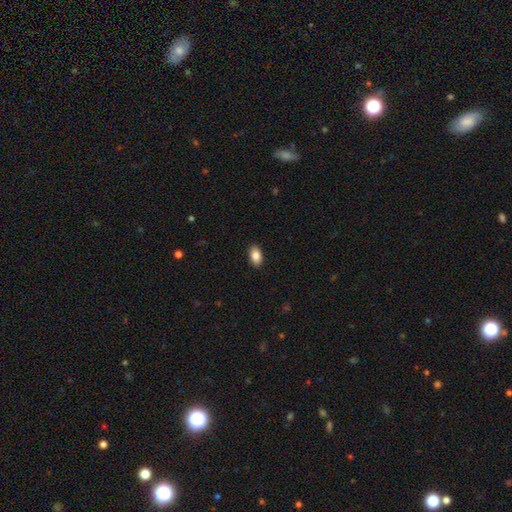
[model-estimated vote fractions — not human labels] Smooth or featured? Predicted: smooth (p=0.87). How rounded? Predicted: in between (p=0.91). Merging? Predicted: none (p=0.90).